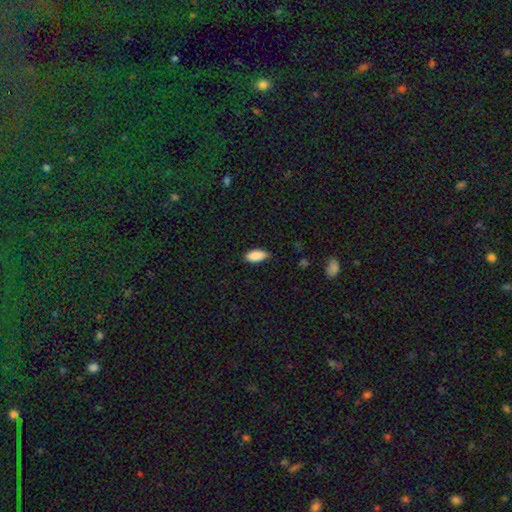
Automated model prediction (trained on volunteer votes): Smooth or featured? smooth (88%)
How rounded? in between (91%)
Merging? none (75%)